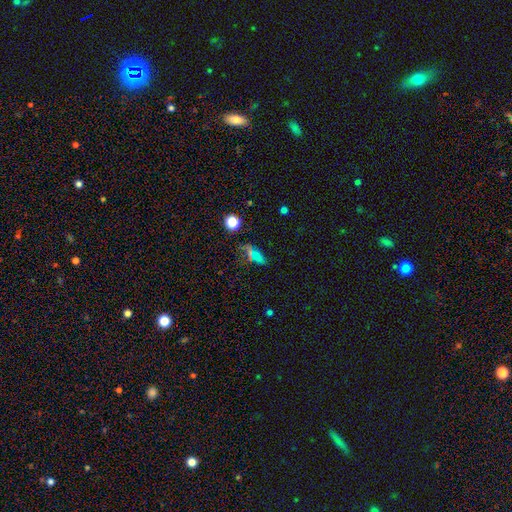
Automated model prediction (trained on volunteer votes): A smooth galaxy with no disk features (56%) that is in between round and cigar-shaped (56%).

Vote fractions:
- Smooth or featured? smooth: 56% / star or artifact: 32% / featured or disk: 11%
- How rounded? in between: 56% / cigar-shaped: 30% / round: 13%
- Merging? none: 72% / minor disturbance: 15% / major disturbance: 7% / merger: 6%